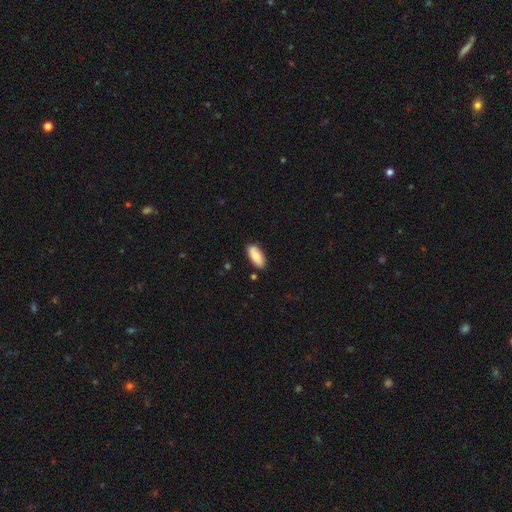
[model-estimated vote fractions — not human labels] smooth_or_featured: smooth (p=0.81) [alt: featured or disk p=0.13]
how_rounded: in between (p=0.84) [alt: cigar-shaped p=0.14]
merging: none (p=0.80) [alt: minor disturbance p=0.15]